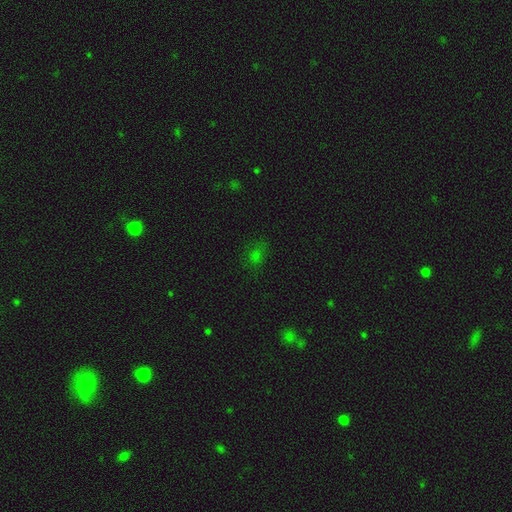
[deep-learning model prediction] Smooth or featured? smooth (52%)
How rounded? in between (50%)
Merging? none (76%)